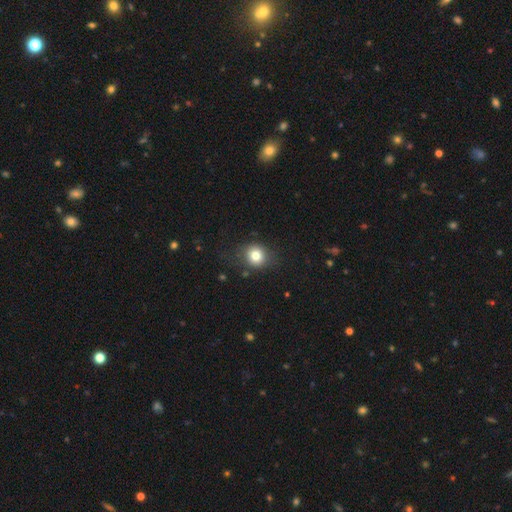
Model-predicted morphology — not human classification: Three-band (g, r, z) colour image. It shows a smooth galaxy with no disk features (78%) that is round (83%). Merging: none (78%).